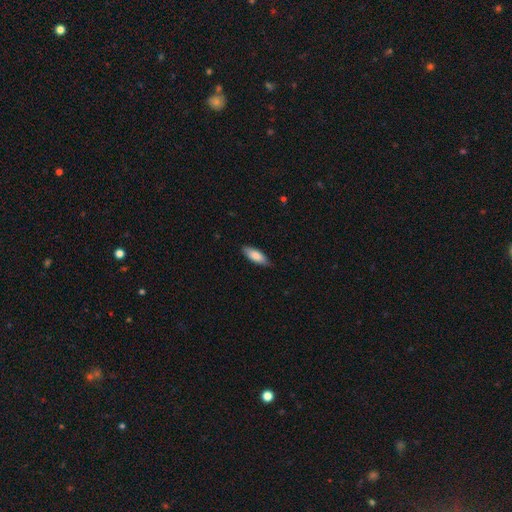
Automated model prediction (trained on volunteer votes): Smooth or featured?
  - smooth: 83% *
  - featured or disk: 12%
  - star or artifact: 5%
How rounded?
  - in between: 70% *
  - cigar-shaped: 28%
  - round: 2%
Merging?
  - none: 83% *
  - minor disturbance: 14%
  - major disturbance: 2%
  - merger: 1%